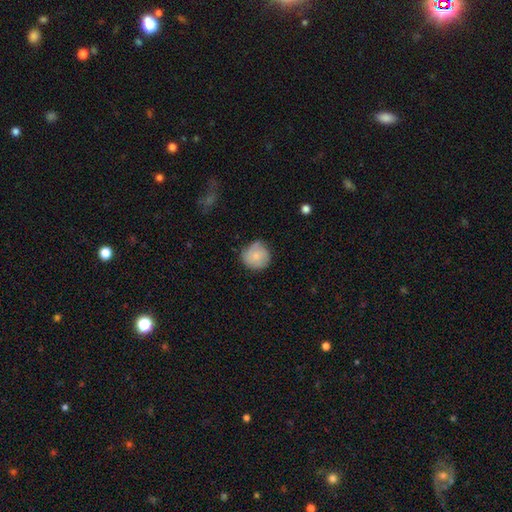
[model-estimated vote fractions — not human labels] Overall: smooth (73%). How rounded: round (92%). Merging: none (66%; minor disturbance 27%).